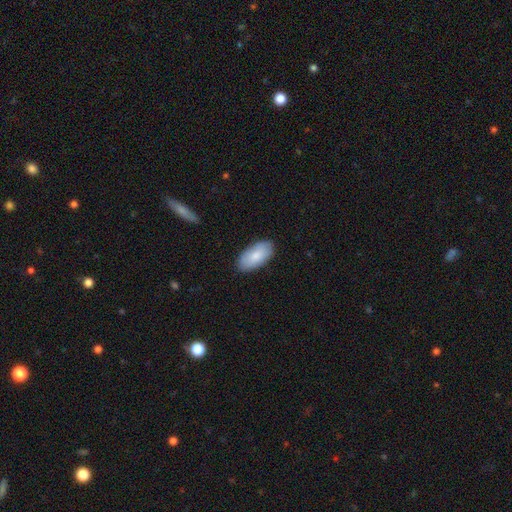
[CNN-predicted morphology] type=smooth (83%); roundness=in between (94%); merging=none (85%).